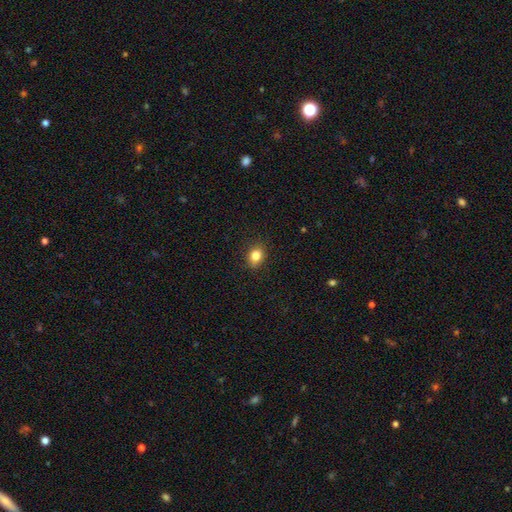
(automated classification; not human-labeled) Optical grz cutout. It shows a smooth galaxy with no disk features (83%) that is round (53%). Merging: none (86%).